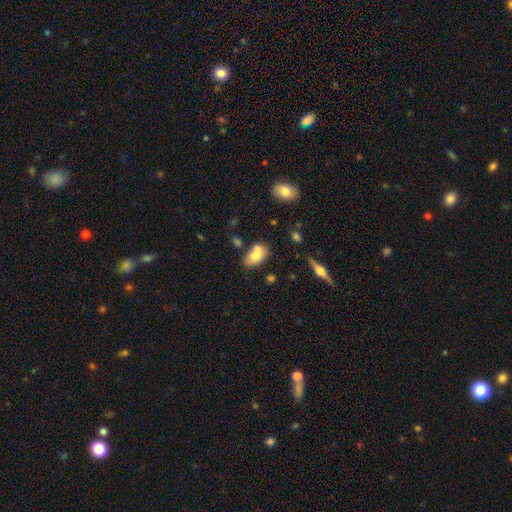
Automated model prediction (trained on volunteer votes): Smooth or featured? Predicted: smooth (p=0.68). How rounded? Predicted: in between (p=0.83). Merging? Predicted: none (p=0.45).